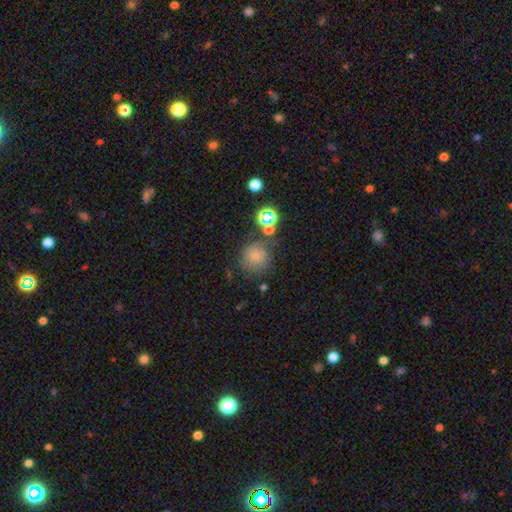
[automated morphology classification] Overall: smooth (72%). How rounded: round (92%). Merging: none (68%).